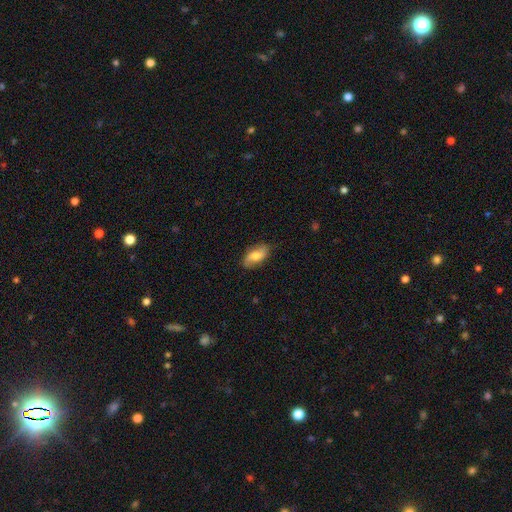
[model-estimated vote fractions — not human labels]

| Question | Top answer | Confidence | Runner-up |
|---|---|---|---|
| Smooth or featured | smooth | 61% | featured or disk (32%) |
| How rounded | in between | 89% | cigar-shaped (7%) |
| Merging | none | 78% | minor disturbance (18%) |